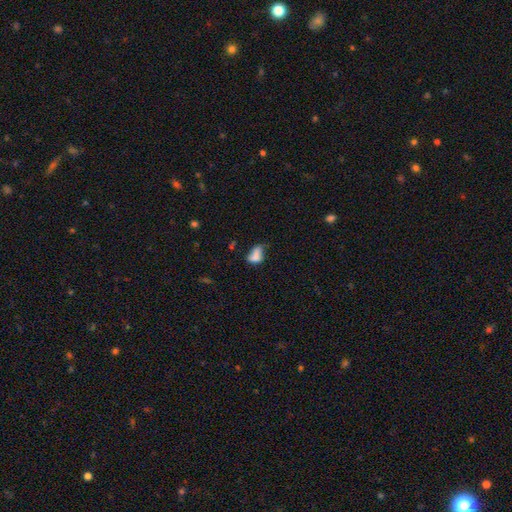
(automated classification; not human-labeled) Q: Smooth or featured?
A: smooth (68%); runner-up: featured or disk (20%)
Q: How rounded?
A: in between (84%); runner-up: round (12%)
Q: Merging?
A: minor disturbance (30%); runner-up: none (29%)